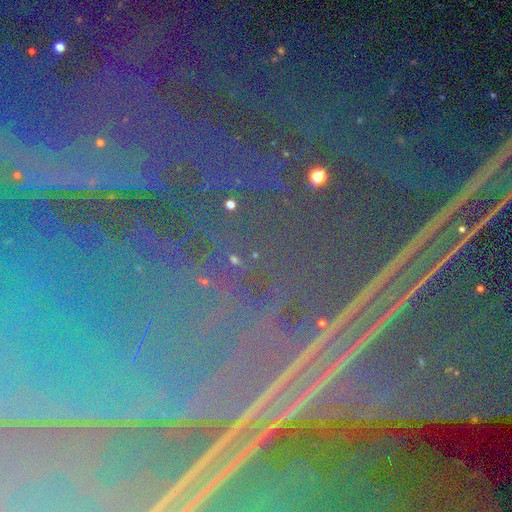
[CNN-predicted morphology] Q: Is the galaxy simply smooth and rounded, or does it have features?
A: star or artifact — 89%.